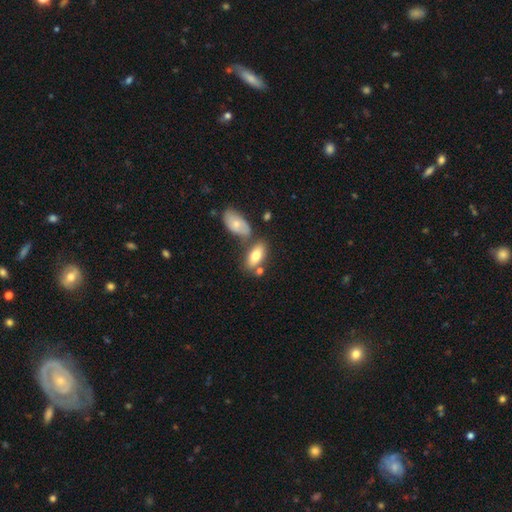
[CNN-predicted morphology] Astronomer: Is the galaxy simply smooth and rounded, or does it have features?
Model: smooth — 72%.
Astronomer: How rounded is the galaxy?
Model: in between — 86%.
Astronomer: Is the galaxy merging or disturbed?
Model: none — 57%.